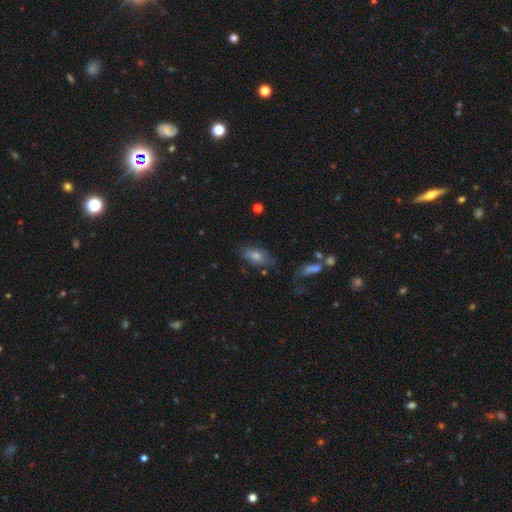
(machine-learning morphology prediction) This appears to be a smooth galaxy with no disk features (56%) that is in between round and cigar-shaped (81%). Merging: none (67%).